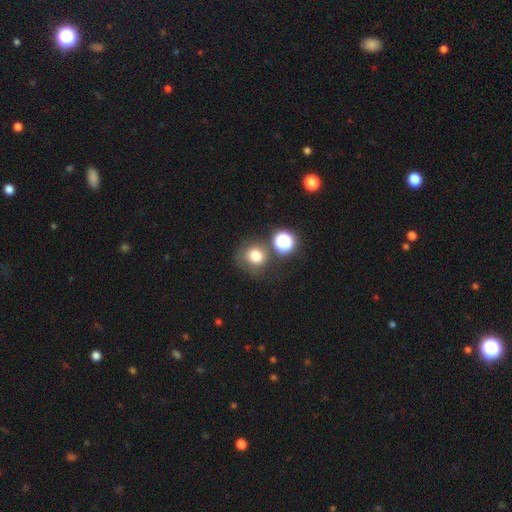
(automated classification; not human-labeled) smooth_or_featured: smooth (p=0.75) [alt: star or artifact p=0.14]
how_rounded: round (p=0.83) [alt: in between p=0.16]
merging: none (p=0.58) [alt: minor disturbance p=0.17]